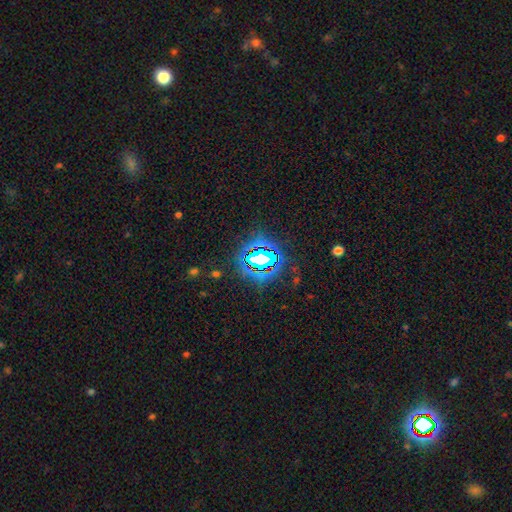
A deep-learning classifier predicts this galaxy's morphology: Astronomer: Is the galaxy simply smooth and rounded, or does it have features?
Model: star or artifact — 73%.